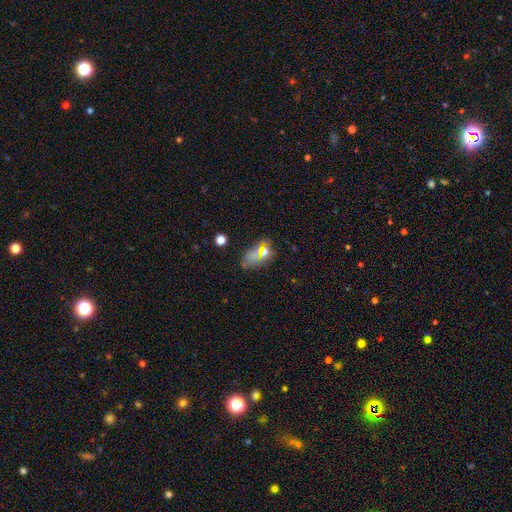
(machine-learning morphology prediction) Smooth or featured? Predicted: smooth (p=0.57). How rounded? Predicted: in between (p=0.81). Merging? Predicted: none (p=0.65).